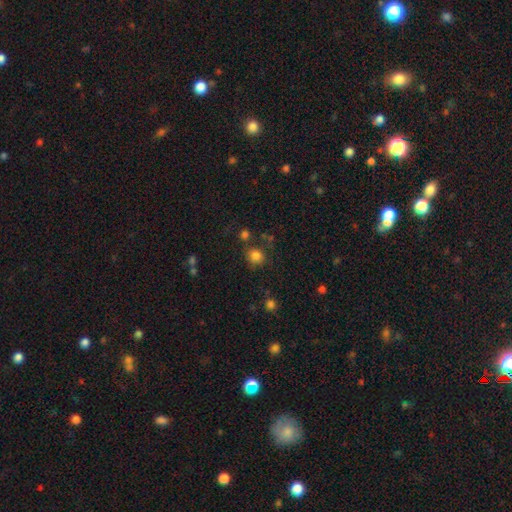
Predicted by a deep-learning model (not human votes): Overall: smooth (81%). How rounded: round (80%). Merging: none (73%).